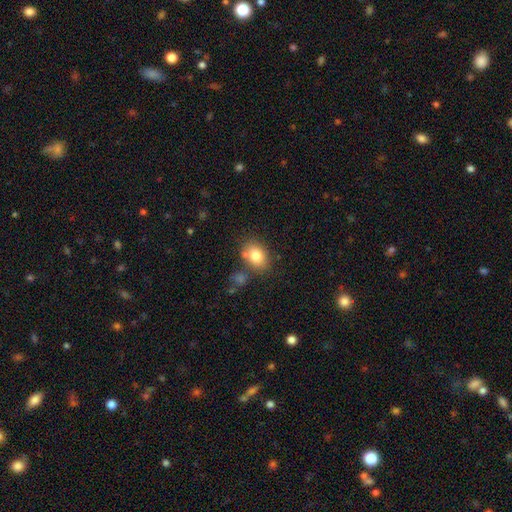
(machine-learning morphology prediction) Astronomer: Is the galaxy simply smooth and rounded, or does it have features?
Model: smooth — 80%.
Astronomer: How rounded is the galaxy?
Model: in between — 67%.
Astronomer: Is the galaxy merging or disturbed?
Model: none — 70%.